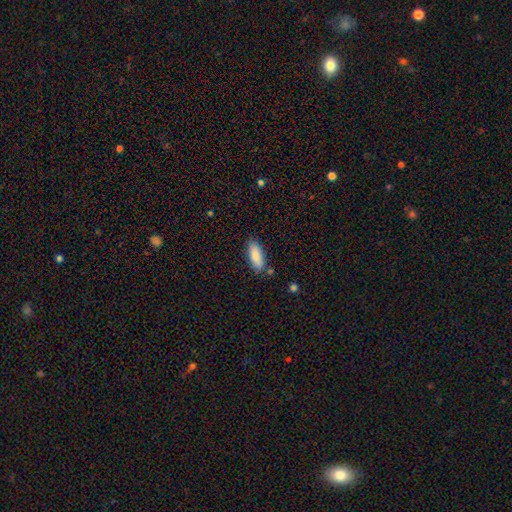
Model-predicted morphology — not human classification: The model was most divided on "how rounded": in between: 76%, cigar-shaped: 23%, round: 2%. More confident: smooth or featured — smooth (84%); merging — none (78%).